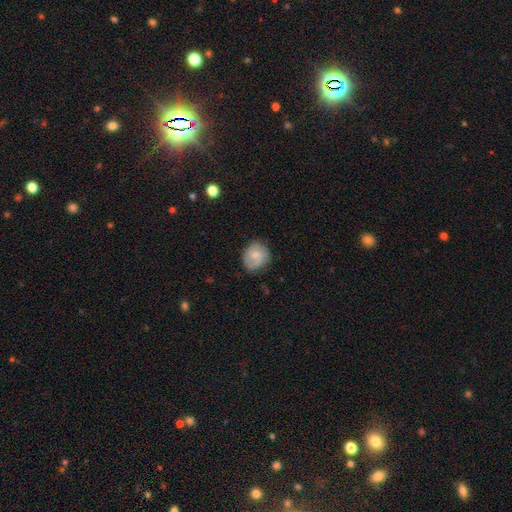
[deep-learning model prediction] A smooth galaxy with no disk features (59%) that is round (73%).

Vote fractions:
- Smooth or featured? smooth: 59% / featured or disk: 34% / star or artifact: 7%
- How rounded? round: 73% / in between: 26% / cigar-shaped: 1%
- Merging? none: 75% / minor disturbance: 19% / major disturbance: 5% / merger: 1%